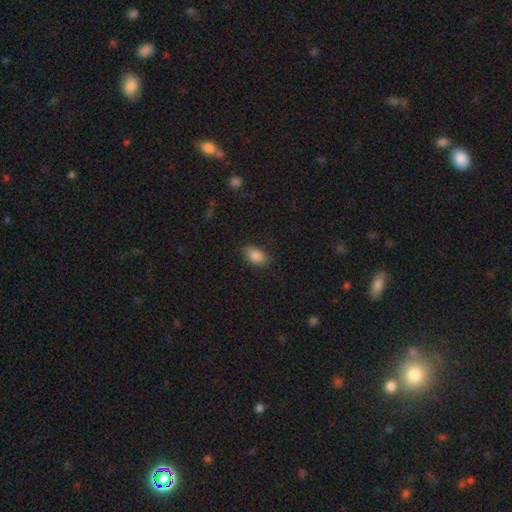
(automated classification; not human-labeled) Smooth or featured: smooth — 87% (star or artifact — 8%)
How rounded: in between — 92% (round — 6%)
Merging: none — 85% (minor disturbance — 11%)